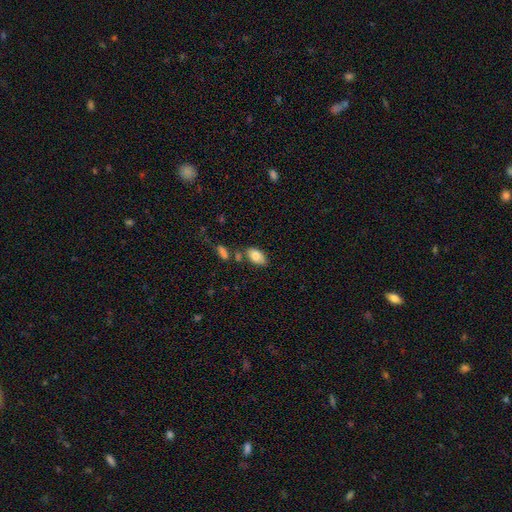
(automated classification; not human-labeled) smooth-or-featured: smooth: 80% | featured or disk: 13% | star or artifact: 7%
  how-rounded: in between: 93% | round: 5% | cigar-shaped: 2%
  merging: none: 70% | minor disturbance: 15% | merger: 11% | major disturbance: 4%